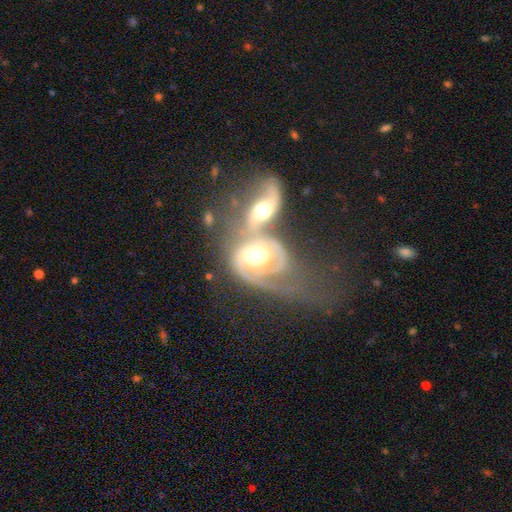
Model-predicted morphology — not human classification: The model was most divided on "bar": weak: 40%, no: 35%, strong: 25%. Remaining: edge-on disk — no (95%); spiral arms — yes (94%); smooth or featured — featured or disk (86%); merging — merger (76%); spiral arm count — 2 (70%); bulge size — moderate (68%); spiral winding — tight (45%).